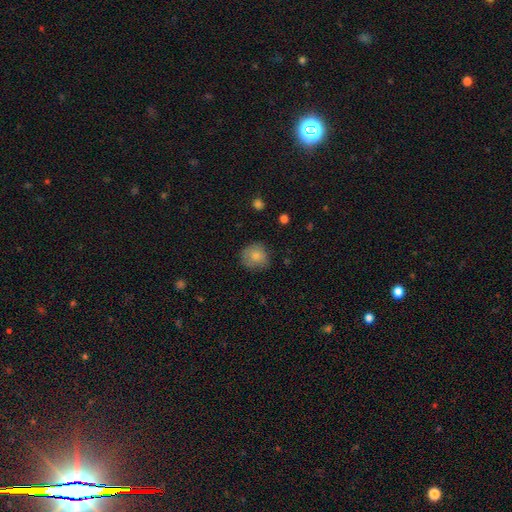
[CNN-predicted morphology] Q: Smooth or featured?
A: smooth (82%); runner-up: featured or disk (10%)
Q: How rounded?
A: round (87%); runner-up: in between (12%)
Q: Merging?
A: none (76%); runner-up: minor disturbance (19%)